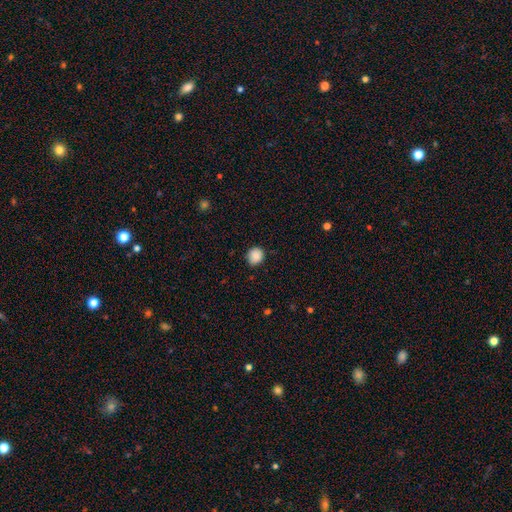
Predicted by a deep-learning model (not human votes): Smooth or featured: smooth — 88% (star or artifact — 9%)
How rounded: round — 82% (in between — 17%)
Merging: none — 83% (minor disturbance — 14%)